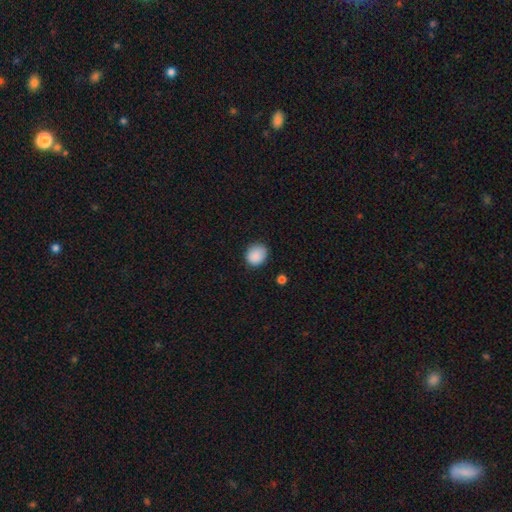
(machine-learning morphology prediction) smooth_or_featured: smooth (p=0.88) [alt: star or artifact p=0.08]
how_rounded: round (p=0.75) [alt: in between p=0.24]
merging: none (p=0.81) [alt: minor disturbance p=0.15]